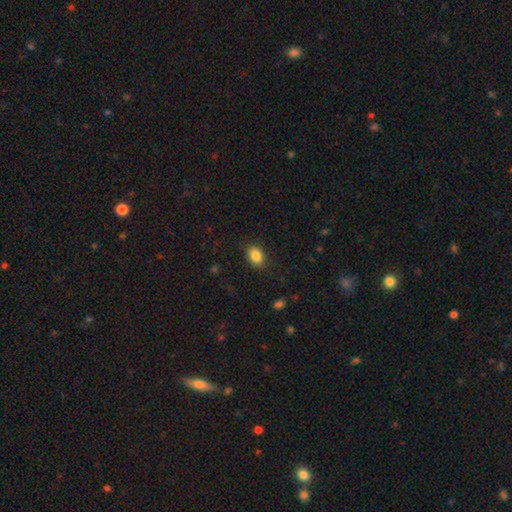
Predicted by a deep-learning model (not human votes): Smooth or featured: smooth — 87% (star or artifact — 9%)
How rounded: in between — 70% (round — 29%)
Merging: none — 86% (minor disturbance — 10%)